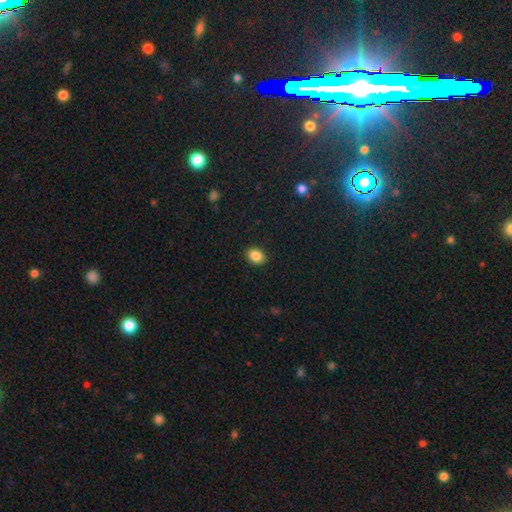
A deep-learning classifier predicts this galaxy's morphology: A smooth galaxy with no disk features (87%) that is in between round and cigar-shaped (70%). Merging: none (90%).